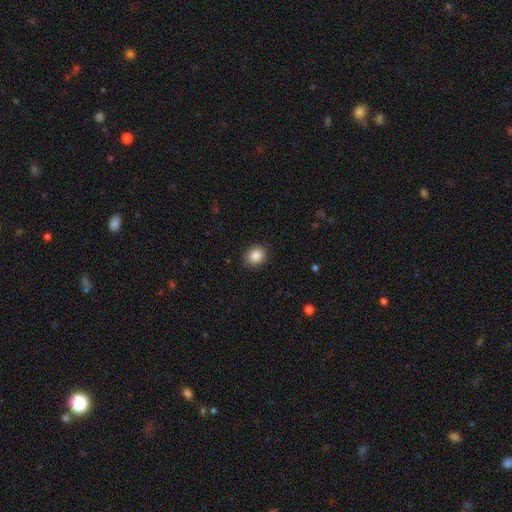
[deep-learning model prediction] smooth-or-featured: smooth: 86% | star or artifact: 9% | featured or disk: 5%
  how-rounded: round: 75% | in between: 25% | cigar-shaped: 1%
  merging: none: 89% | minor disturbance: 8% | major disturbance: 2% | merger: 1%